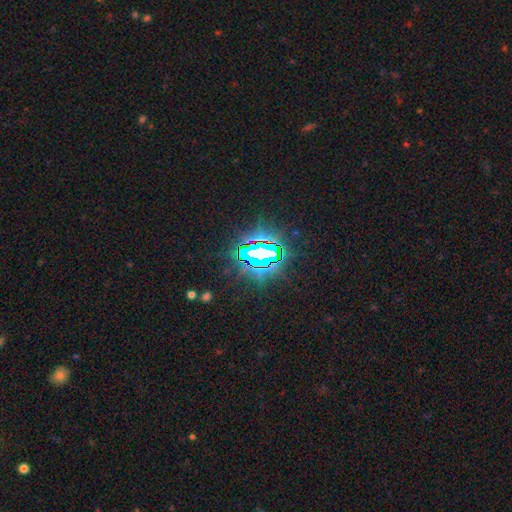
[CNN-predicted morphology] This is clearly a star or artifact rather than a galaxy (82%).